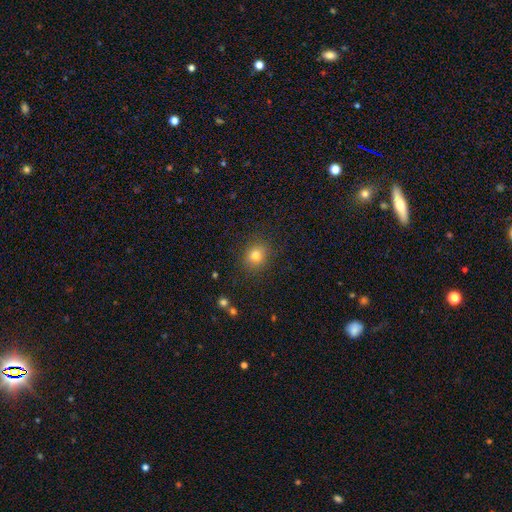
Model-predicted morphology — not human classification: Smooth or featured?
  - smooth: 79% *
  - star or artifact: 13%
  - featured or disk: 7%
How rounded?
  - round: 74% *
  - in between: 25%
  - cigar-shaped: 1%
Merging?
  - none: 87% *
  - minor disturbance: 9%
  - major disturbance: 3%
  - merger: 1%